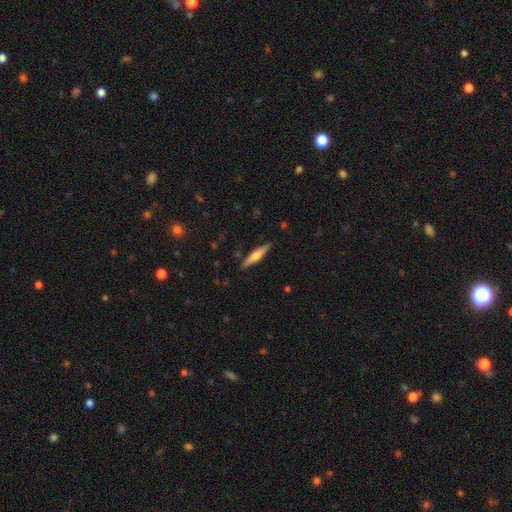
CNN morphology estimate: Overall: featured or disk (47%, tied with smooth). Merging: none (88%).